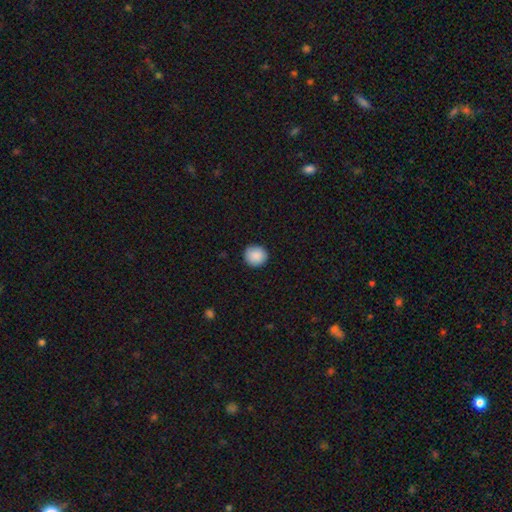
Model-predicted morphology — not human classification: smooth_or_featured: smooth (p=0.89) [alt: star or artifact p=0.08]
how_rounded: round (p=0.91) [alt: in between p=0.08]
merging: none (p=0.91) [alt: minor disturbance p=0.06]